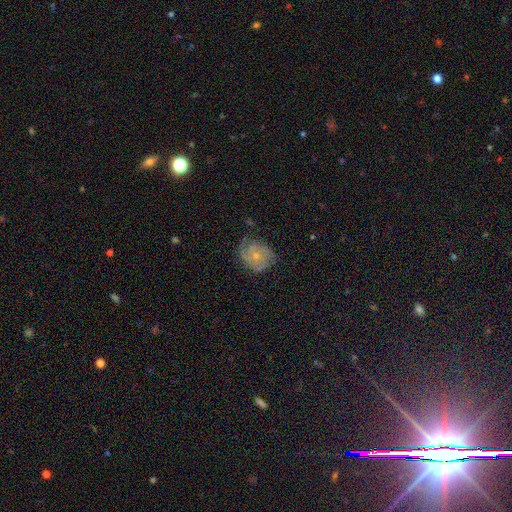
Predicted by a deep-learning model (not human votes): Morphology: type=featured or disk (67%); edge-on=no (98%); bar=no (80%); spiral arms=yes (88%); winding=tight (54%); arm count=can't tell (32%); bulge=small (67%); merging=none (63%).